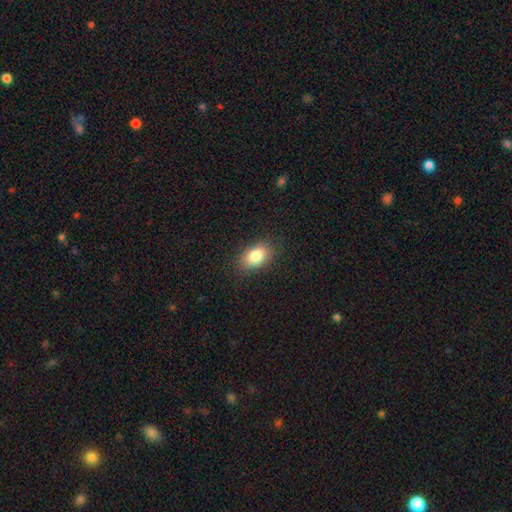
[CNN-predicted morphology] This is clearly a smooth galaxy (84%). How rounded: clearly in between (87%). Merging: clearly none (83%).